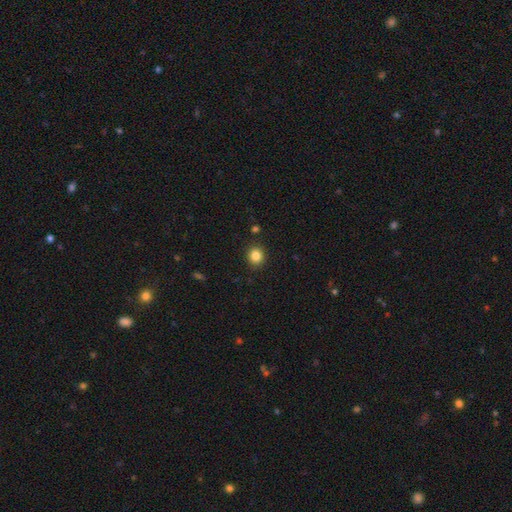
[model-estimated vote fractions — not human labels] A smooth galaxy with no disk features (84%) that is round (84%).

Vote fractions:
- Smooth or featured? smooth: 84% / star or artifact: 11% / featured or disk: 5%
- How rounded? round: 84% / in between: 15% / cigar-shaped: 1%
- Merging? none: 90% / minor disturbance: 6% / major disturbance: 2% / merger: 2%